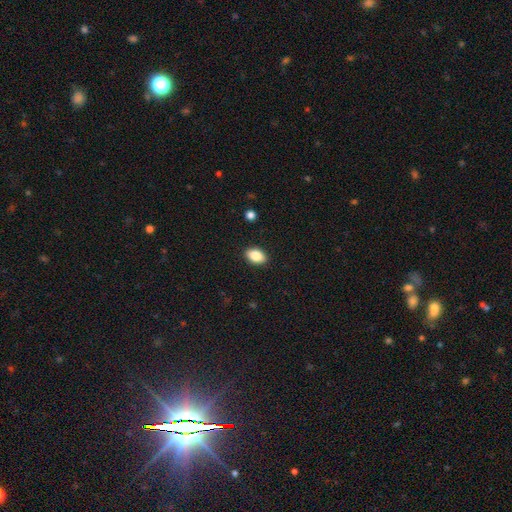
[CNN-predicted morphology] The model was most divided on "how rounded": in between: 86%, round: 12%, cigar-shaped: 1%. More confident: merging — none (90%); smooth or featured — smooth (85%).